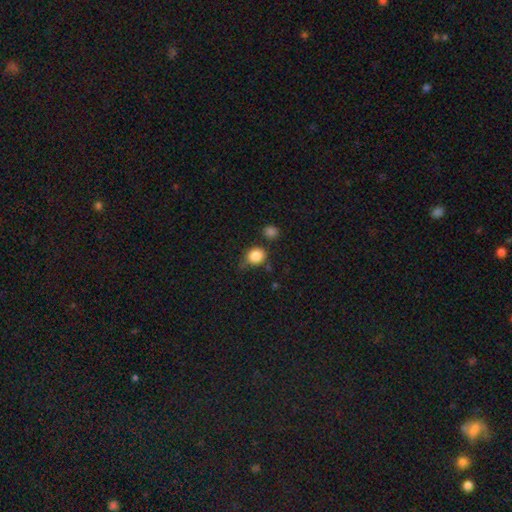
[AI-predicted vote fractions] smooth 85%, star or artifact 10%, featured or disk 5%. Down the decision tree: how rounded — round (73%); merging — none (65%).